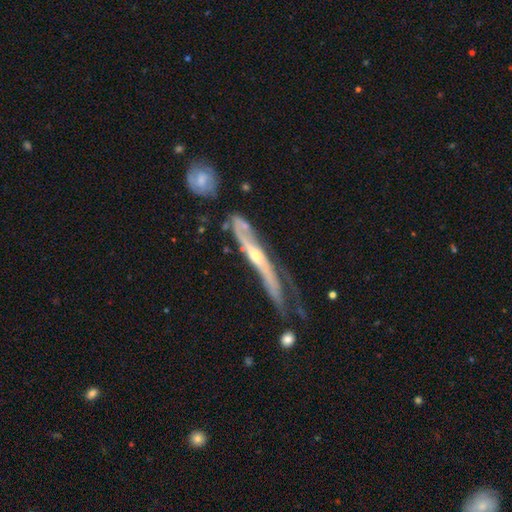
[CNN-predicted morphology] type=featured or disk (81%); edge-on=yes (73%); edge-on bulge=rounded (68%); merging=none (45%).